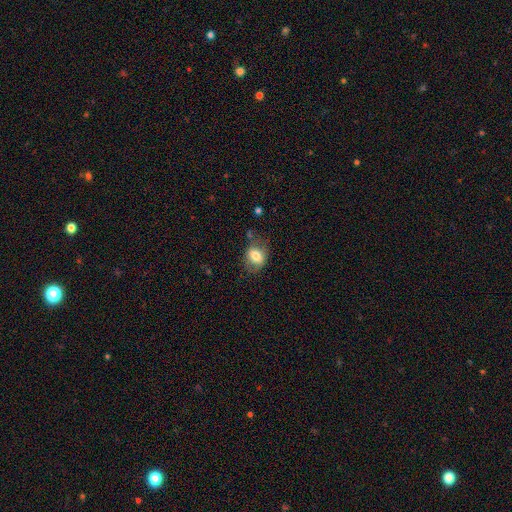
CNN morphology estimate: smooth 70%, featured or disk 22%, star or artifact 8%. Down the decision tree: how rounded — in between (62%); merging — none (63%).